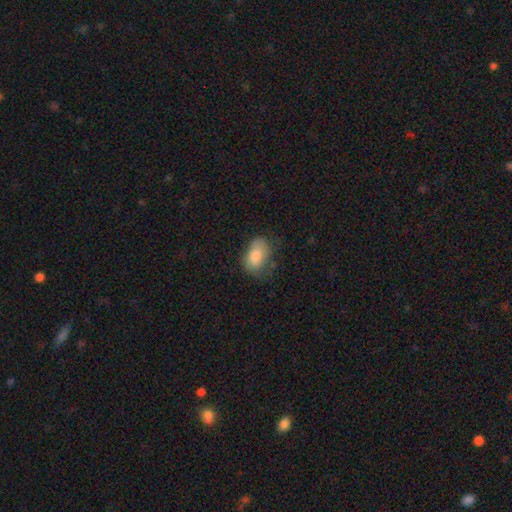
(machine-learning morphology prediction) Smooth or featured?
  - smooth: 82% *
  - featured or disk: 10%
  - star or artifact: 8%
How rounded?
  - in between: 86% *
  - round: 12%
  - cigar-shaped: 1%
Merging?
  - none: 57% *
  - minor disturbance: 30%
  - major disturbance: 11%
  - merger: 2%